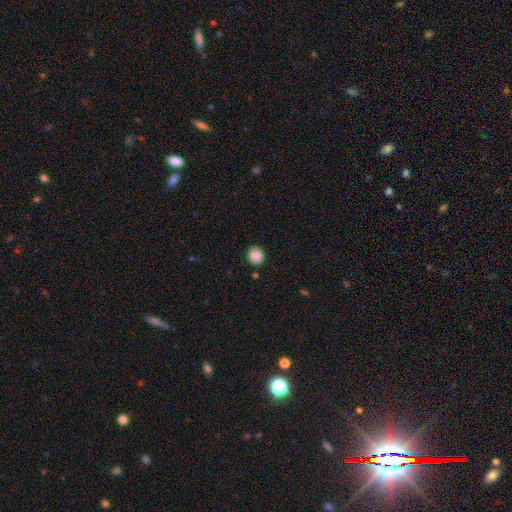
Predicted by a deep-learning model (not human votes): This appears to be a smooth galaxy with no disk features (88%) that is round (83%). Merging: none (88%).